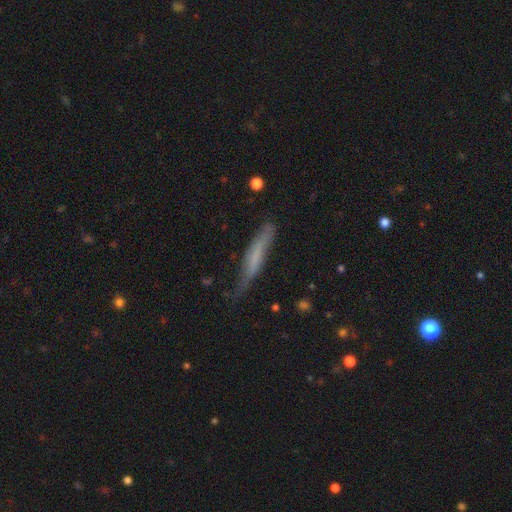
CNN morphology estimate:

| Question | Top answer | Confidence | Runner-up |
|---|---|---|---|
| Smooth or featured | smooth | 55% | featured or disk (37%) |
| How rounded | cigar-shaped | 90% | in between (8%) |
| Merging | none | 54% | minor disturbance (32%) |